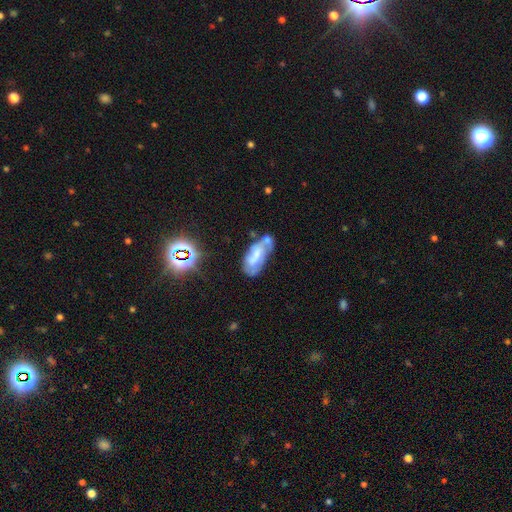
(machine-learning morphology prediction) A featured or disk galaxy (49%).

Vote fractions:
- Smooth or featured? featured or disk: 49% / smooth: 40% / star or artifact: 11%
- Merging? none: 30% (tied) / merger: 30% (tied) / minor disturbance: 25% / major disturbance: 16%